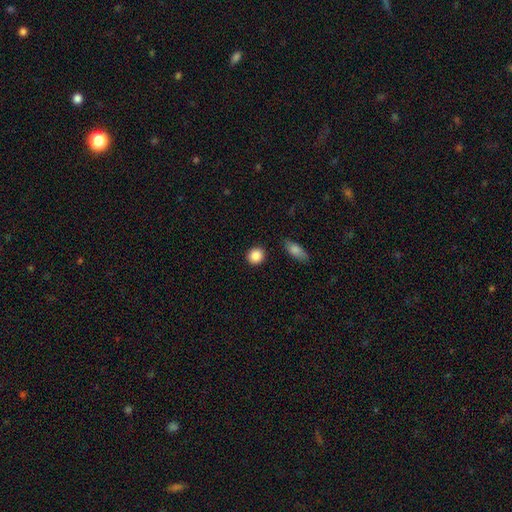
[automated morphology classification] A smooth galaxy with no disk features (87%) that is round (85%). Merging: none (89%).